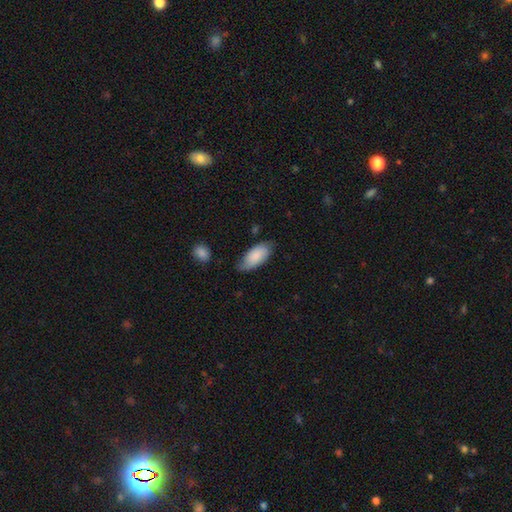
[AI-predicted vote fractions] smooth-or-featured: smooth: 81% | featured or disk: 13% | star or artifact: 6%
  how-rounded: in between: 91% | cigar-shaped: 8% | round: 2%
  merging: none: 67% | minor disturbance: 26% | major disturbance: 5% | merger: 2%